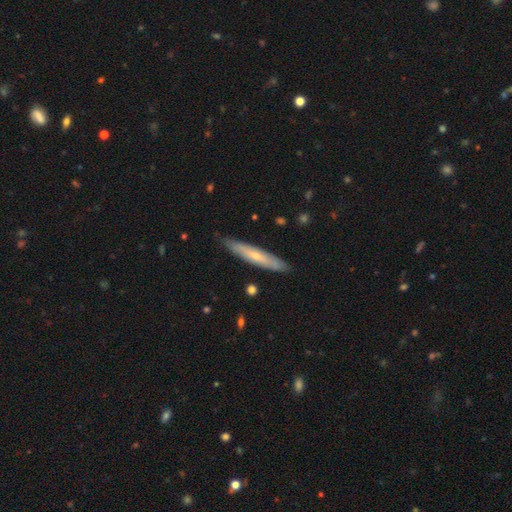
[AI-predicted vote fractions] This appears to be a smooth galaxy with no disk features (49%). Merging: none (87%).